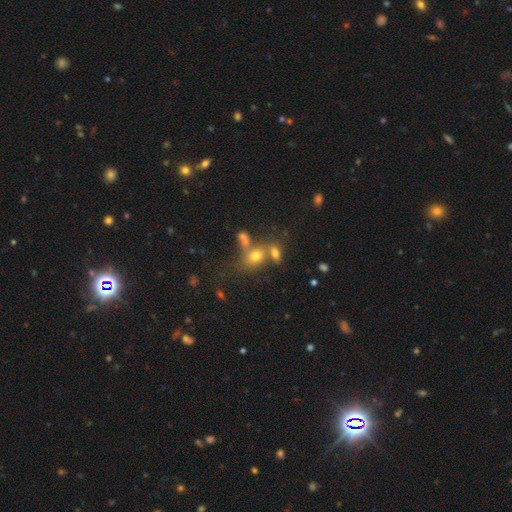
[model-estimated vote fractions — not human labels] smooth-or-featured: smooth: 67% | star or artifact: 17% | featured or disk: 17%
  how-rounded: in between: 59% | round: 39% | cigar-shaped: 3%
  merging: merger: 41% | none: 40% | minor disturbance: 12% | major disturbance: 7%